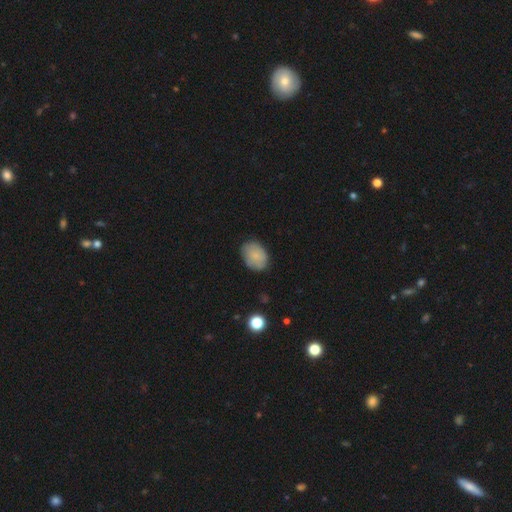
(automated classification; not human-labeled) The model was most divided on "how rounded": in between: 74%, round: 25%, cigar-shaped: 1%. More confident: merging — none (80%); smooth or featured — smooth (79%).